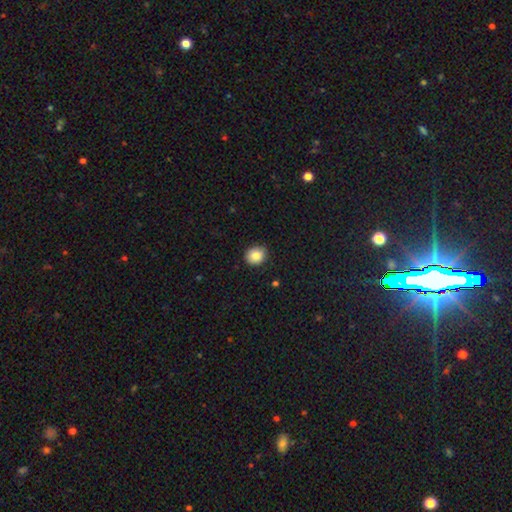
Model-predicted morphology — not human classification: Smooth or featured? Predicted: smooth (p=0.85). How rounded? Predicted: round (p=0.67). Merging? Predicted: none (p=0.88).